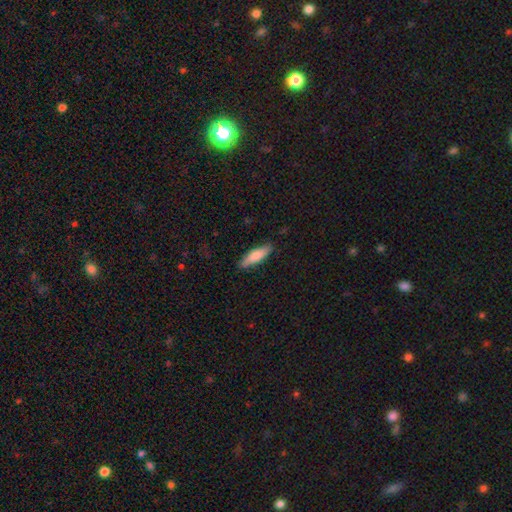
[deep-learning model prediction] Q: Smooth or featured?
A: smooth (77%); runner-up: featured or disk (17%)
Q: How rounded?
A: cigar-shaped (62%); runner-up: in between (37%)
Q: Merging?
A: none (84%); runner-up: minor disturbance (12%)